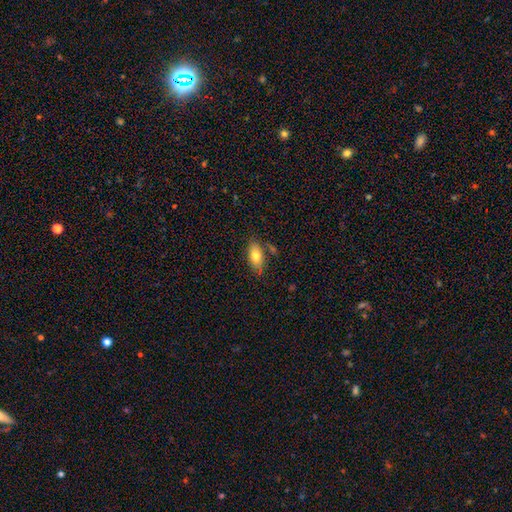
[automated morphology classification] Smooth or featured? smooth (76%)
How rounded? in between (89%)
Merging? none (71%)